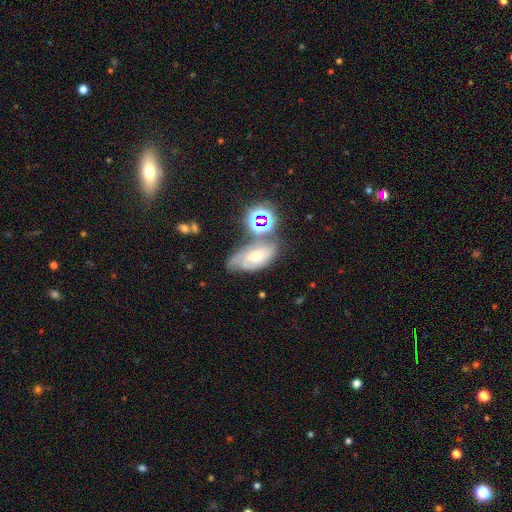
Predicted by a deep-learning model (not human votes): smooth-or-featured: featured or disk: 48% | smooth: 26% | star or artifact: 26%
  merging: none: 53% | minor disturbance: 23% | merger: 14% | major disturbance: 10%